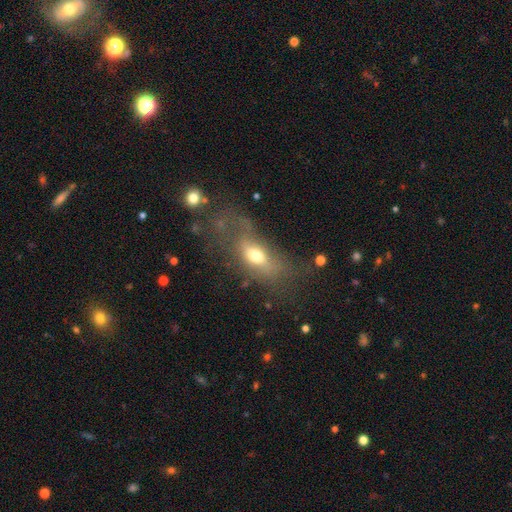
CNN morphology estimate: This is possibly a smooth galaxy (57%). How rounded: likely in between (78%). Merging: marginally major disturbance (38%).